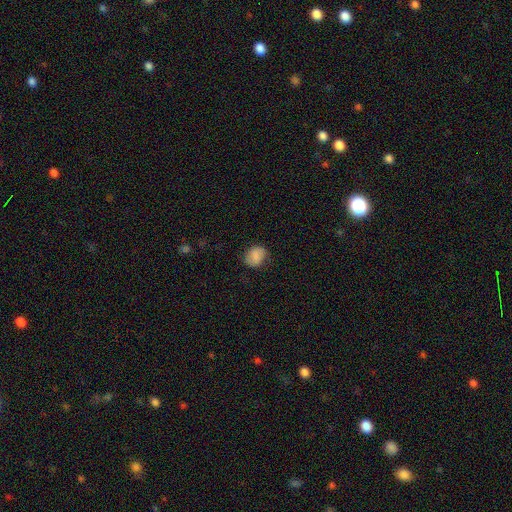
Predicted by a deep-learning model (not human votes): A smooth galaxy with no disk features (82%) that is round (60%). Merging: none (77%).